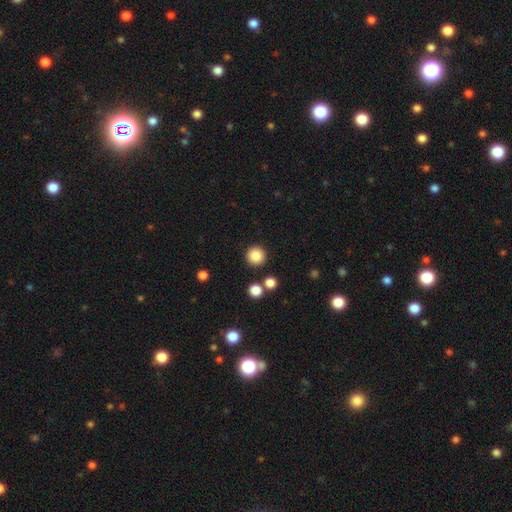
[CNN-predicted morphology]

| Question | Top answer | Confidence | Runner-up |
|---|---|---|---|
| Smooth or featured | smooth | 86% | star or artifact (10%) |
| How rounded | round | 95% | in between (4%) |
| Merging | none | 89% | minor disturbance (5%) |